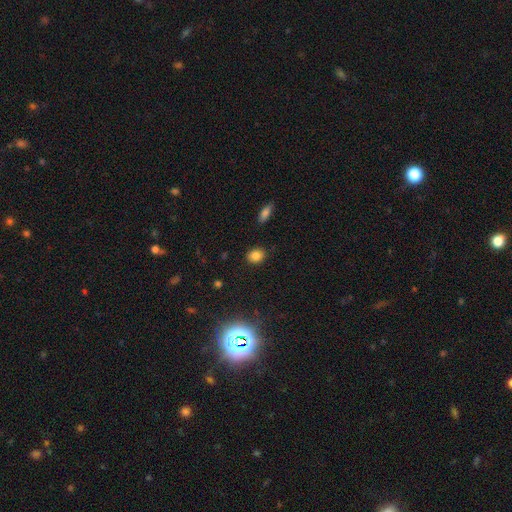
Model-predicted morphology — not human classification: A smooth galaxy with no disk features (83%) that is round (54%). Merging: none (87%).